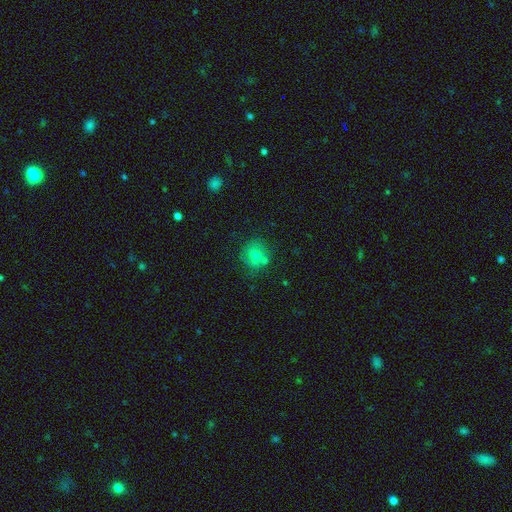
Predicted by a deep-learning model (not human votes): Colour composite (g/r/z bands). It shows a smooth galaxy with no disk features (68%) that is round (81%). Merging: none (60%).